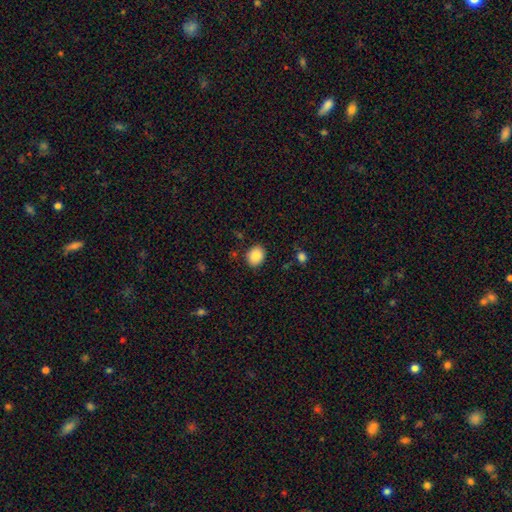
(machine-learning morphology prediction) smooth_or_featured: smooth (p=0.88) [alt: star or artifact p=0.08]
how_rounded: round (p=0.55) [alt: in between p=0.44]
merging: none (p=0.87) [alt: minor disturbance p=0.09]